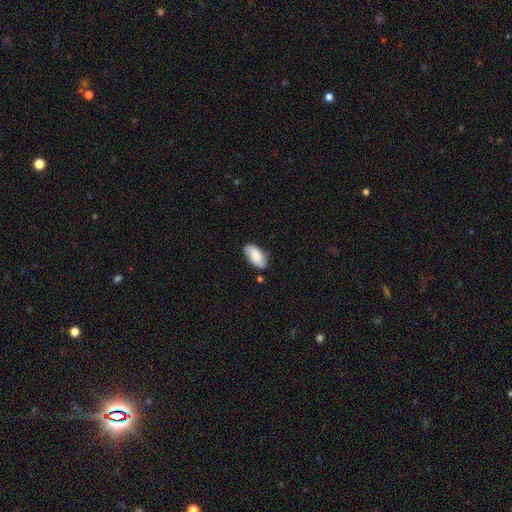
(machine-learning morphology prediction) This is likely a smooth galaxy (77%). How rounded: clearly in between (94%). Merging: likely none (76%).